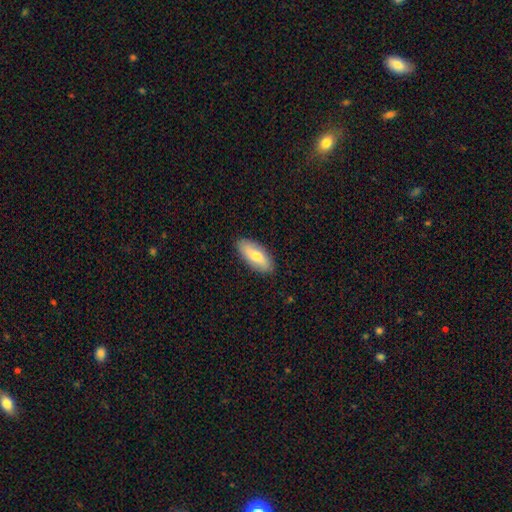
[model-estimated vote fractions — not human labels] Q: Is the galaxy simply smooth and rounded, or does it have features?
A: smooth — 69%.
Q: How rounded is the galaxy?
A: in between — 84%.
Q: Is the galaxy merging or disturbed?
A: none — 88%.